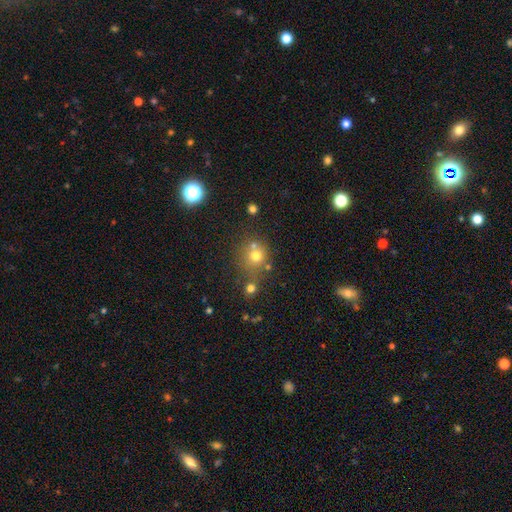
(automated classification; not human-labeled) smooth-or-featured: smooth: 70% | star or artifact: 18% | featured or disk: 12%
  how-rounded: round: 86% | in between: 13% | cigar-shaped: 1%
  merging: none: 60% | merger: 24% | minor disturbance: 11% | major disturbance: 5%